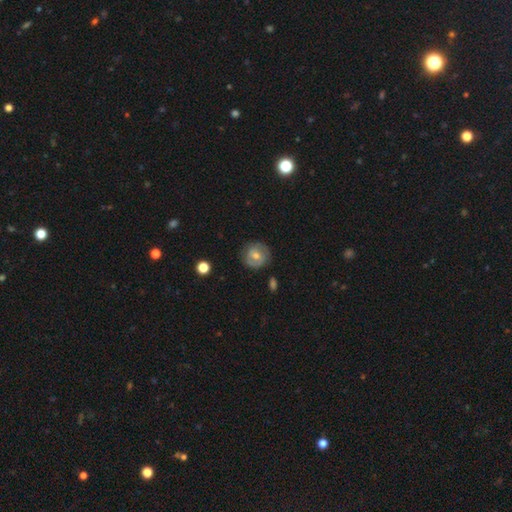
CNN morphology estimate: smooth 47%, featured or disk 45%, star or artifact 7%. Down the decision tree: merging — none (79%).